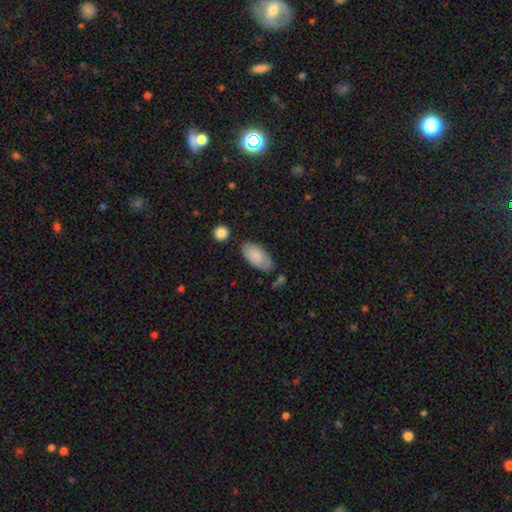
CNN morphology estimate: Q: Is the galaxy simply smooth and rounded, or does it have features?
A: smooth — 86%.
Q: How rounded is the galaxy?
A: in between — 93%.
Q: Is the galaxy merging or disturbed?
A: none — 69%.